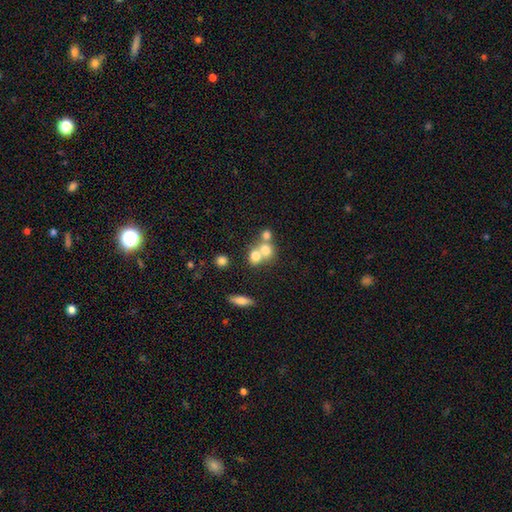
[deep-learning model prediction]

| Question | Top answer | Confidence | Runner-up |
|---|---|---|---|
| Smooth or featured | smooth | 69% | featured or disk (18%) |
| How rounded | round | 72% | in between (26%) |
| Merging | merger | 60% | none (31%) |